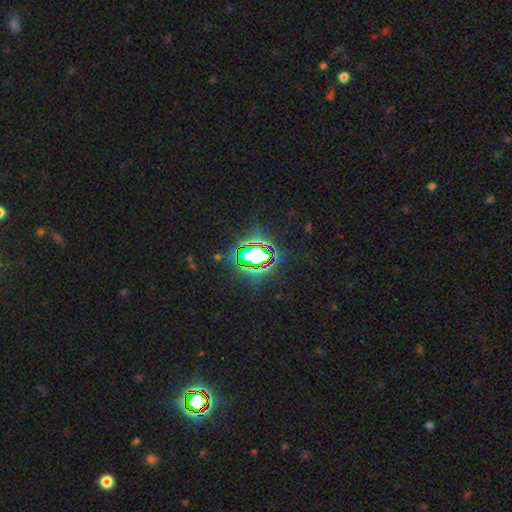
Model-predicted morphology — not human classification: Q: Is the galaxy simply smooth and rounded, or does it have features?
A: star or artifact — 76%.